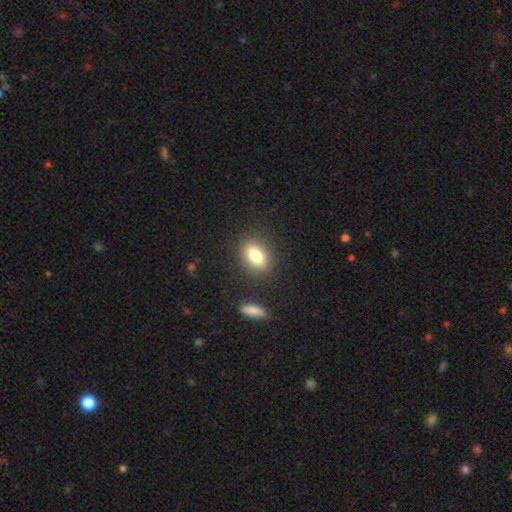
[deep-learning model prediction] Smooth or featured? smooth (80%)
How rounded? in between (80%)
Merging? none (83%)